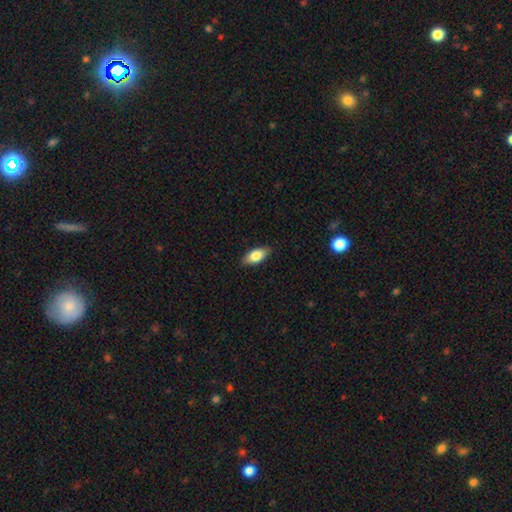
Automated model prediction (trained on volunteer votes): Smooth or featured?
  - smooth: 81% *
  - featured or disk: 13%
  - star or artifact: 6%
How rounded?
  - in between: 89% *
  - cigar-shaped: 8%
  - round: 3%
Merging?
  - none: 86% *
  - minor disturbance: 11%
  - major disturbance: 2%
  - merger: 1%